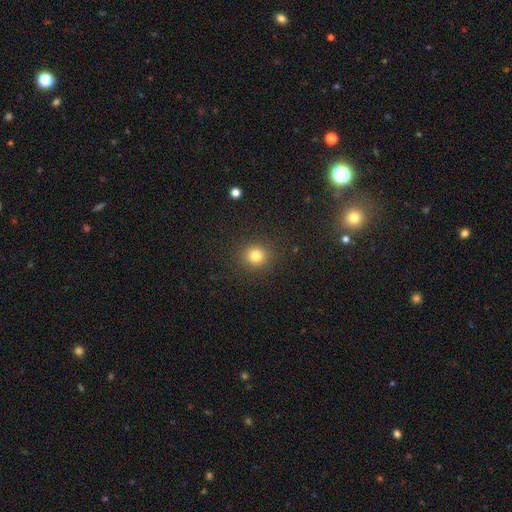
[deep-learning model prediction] This is clearly a smooth galaxy (81%). How rounded: clearly round (87%). Merging: clearly none (89%).